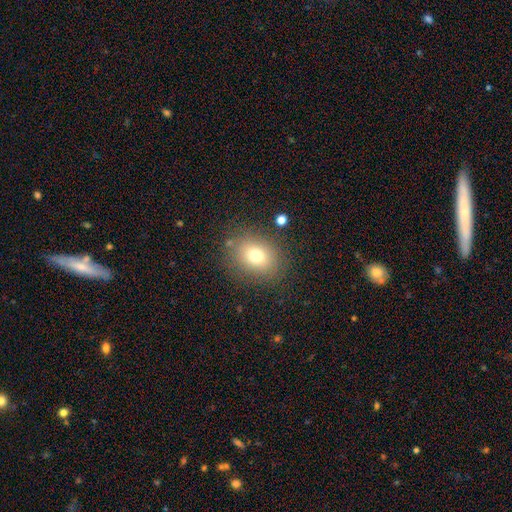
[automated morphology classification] Smooth or featured: smooth — 74% (star or artifact — 14%)
How rounded: round — 52% (in between — 47%)
Merging: none — 82% (minor disturbance — 11%)